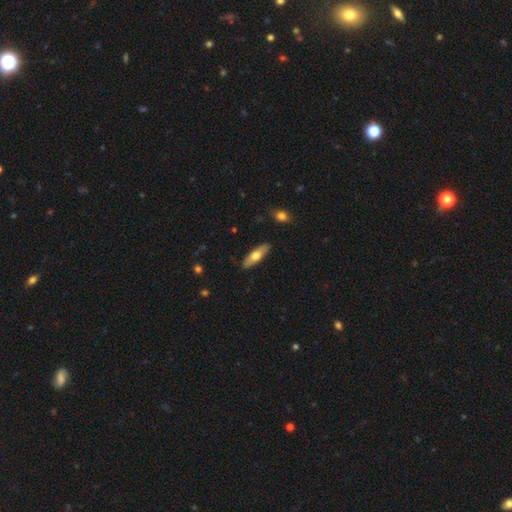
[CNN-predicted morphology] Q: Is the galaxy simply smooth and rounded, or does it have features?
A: smooth — 61%.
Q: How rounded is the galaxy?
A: in between — 50%.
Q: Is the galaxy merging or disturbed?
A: none — 88%.